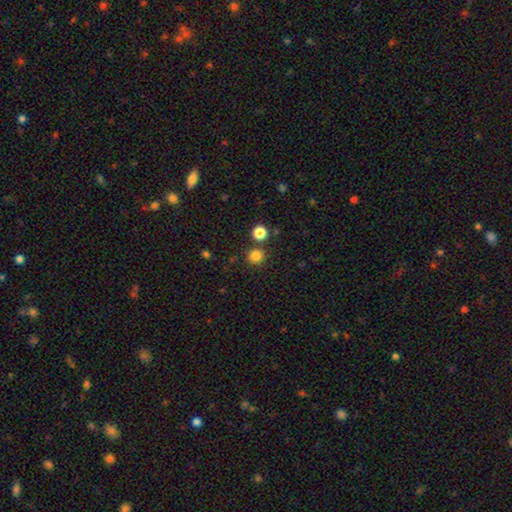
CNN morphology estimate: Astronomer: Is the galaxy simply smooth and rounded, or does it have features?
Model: smooth — 82%.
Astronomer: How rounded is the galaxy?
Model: round — 91%.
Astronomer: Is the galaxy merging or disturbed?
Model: none — 80%.